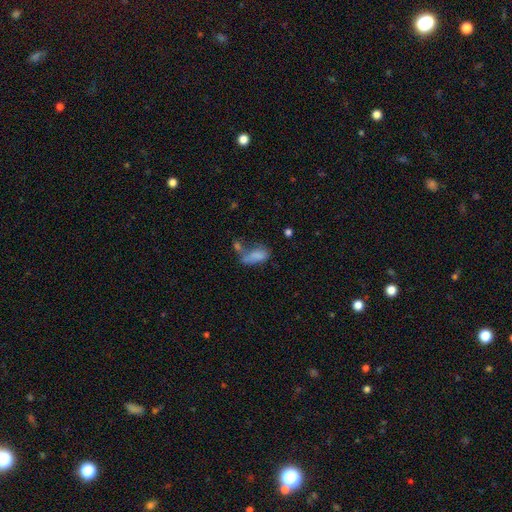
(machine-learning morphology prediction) Smooth or featured: smooth — 72% (featured or disk — 17%)
How rounded: in between — 85% (cigar-shaped — 11%)
Merging: merger — 34% (none — 24%)